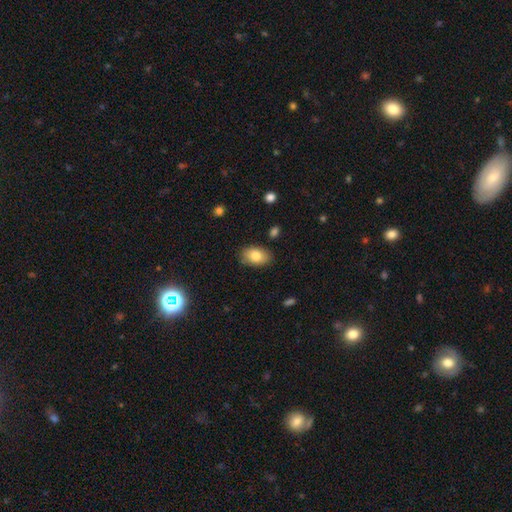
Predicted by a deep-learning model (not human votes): Smooth or featured?
  - smooth: 81% *
  - featured or disk: 12%
  - star or artifact: 8%
How rounded?
  - in between: 89% *
  - round: 9%
  - cigar-shaped: 1%
Merging?
  - none: 85% *
  - minor disturbance: 11%
  - major disturbance: 2%
  - merger: 2%